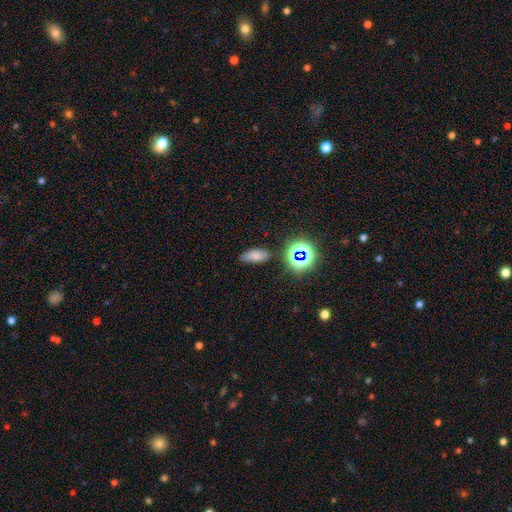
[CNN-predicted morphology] type=smooth (69%); roundness=in between (86%); merging=none (76%).